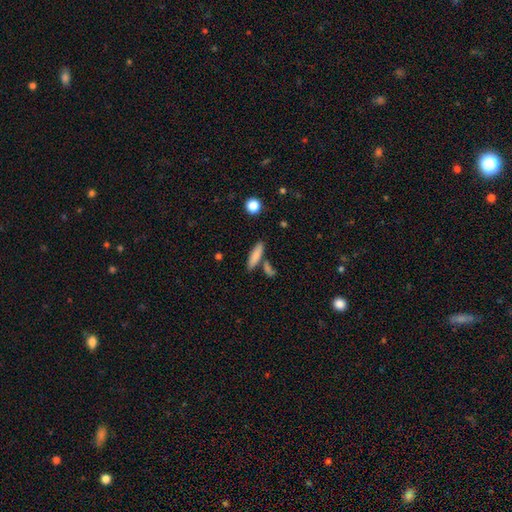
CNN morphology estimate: Smooth or featured: smooth — 81% (featured or disk — 12%)
How rounded: cigar-shaped — 73% (in between — 24%)
Merging: none — 74% (merger — 12%)